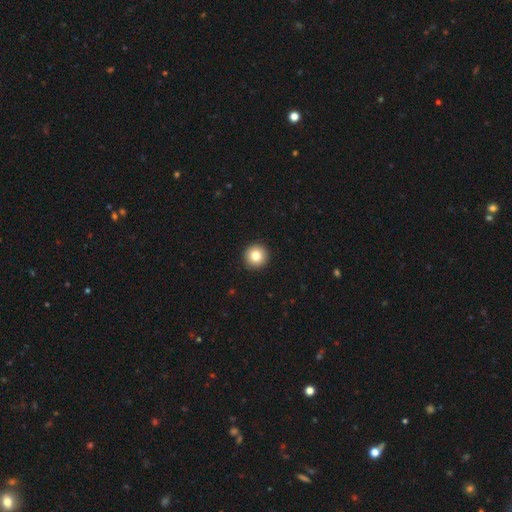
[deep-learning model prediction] A smooth galaxy with no disk features (81%) that is round (96%).

Vote fractions:
- Smooth or featured? smooth: 81% / star or artifact: 10% / featured or disk: 9%
- How rounded? round: 96% / in between: 3% / cigar-shaped: 1%
- Merging? none: 94% / minor disturbance: 4% / major disturbance: 1% / merger: 1%